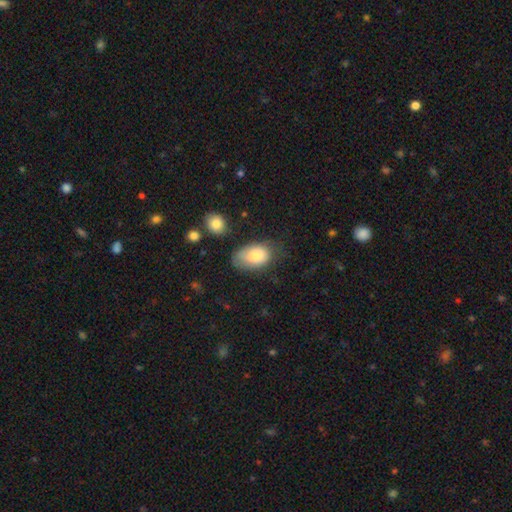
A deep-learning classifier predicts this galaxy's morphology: Smooth or featured? smooth (77%)
How rounded? in between (88%)
Merging? none (49%)